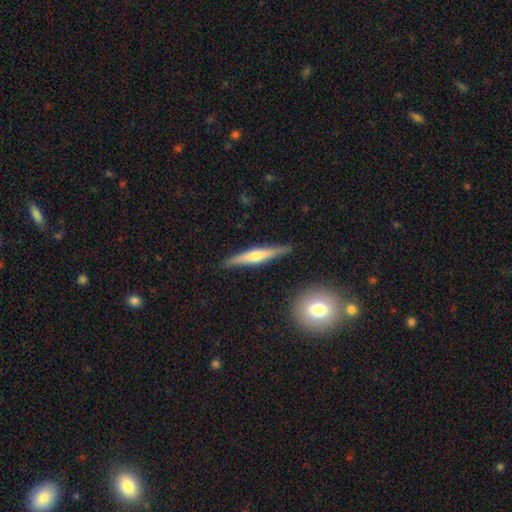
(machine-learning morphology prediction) type=featured or disk (62%); edge-on=yes (97%); edge-on bulge=rounded (84%); merging=none (88%).